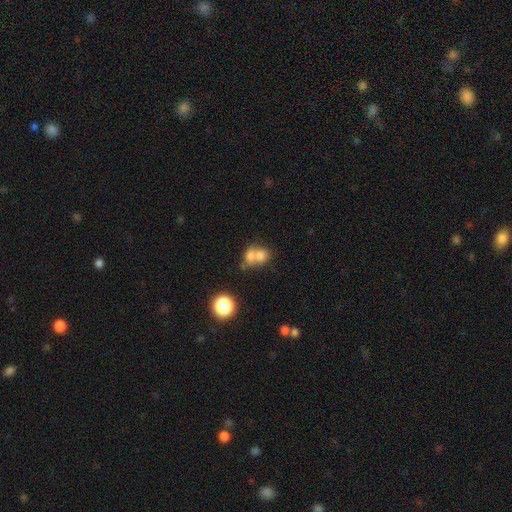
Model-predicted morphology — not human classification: Smooth or featured? smooth (71%)
How rounded? round (61%)
Merging? merger (66%)